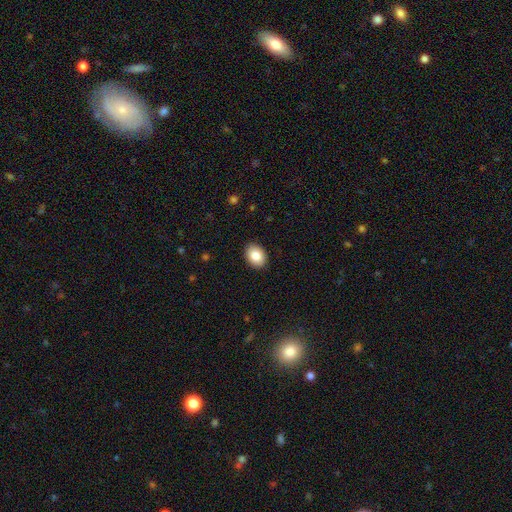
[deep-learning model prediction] Morphology: type=smooth (84%); roundness=in between (73%); merging=none (90%).